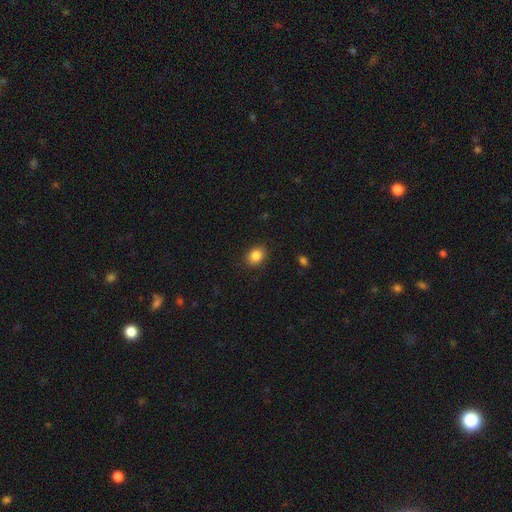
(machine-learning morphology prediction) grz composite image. It shows a smooth galaxy with no disk features (86%) that is round (54%). Merging: none (87%).